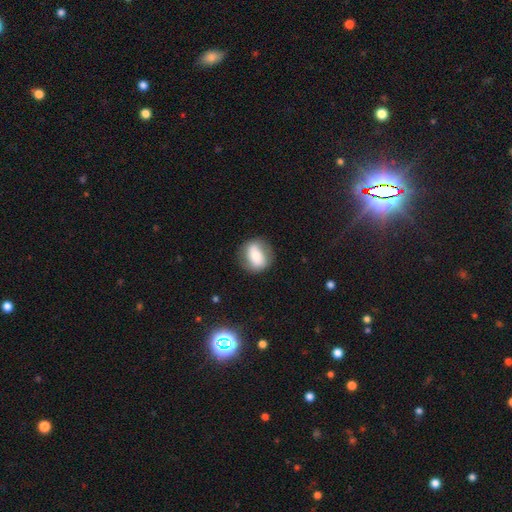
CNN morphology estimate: The model was most divided on "smooth or featured": smooth: 56%, featured or disk: 36%, star or artifact: 8%. More confident: merging — none (79%); how rounded — round (63%).